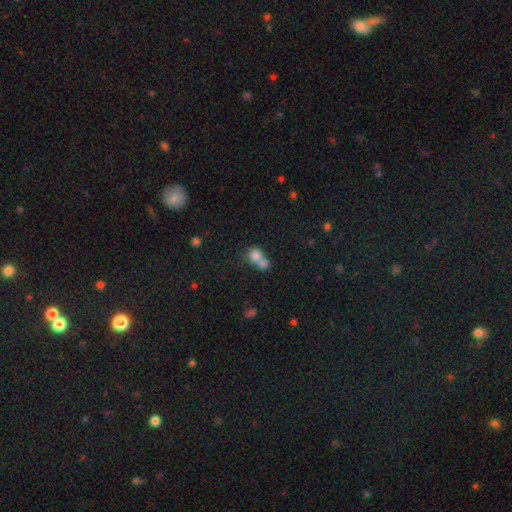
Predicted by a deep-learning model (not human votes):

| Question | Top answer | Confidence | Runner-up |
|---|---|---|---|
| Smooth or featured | smooth | 77% | featured or disk (13%) |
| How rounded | round | 74% | in between (25%) |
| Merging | merger | 65% | none (25%) |